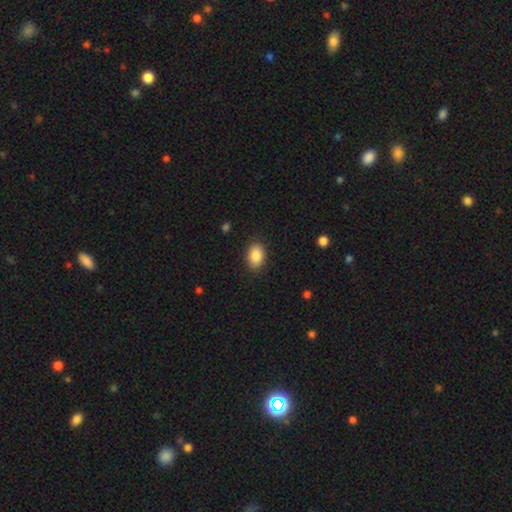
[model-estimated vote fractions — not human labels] This is clearly a smooth galaxy (88%). How rounded: clearly in between (86%). Merging: clearly none (87%).